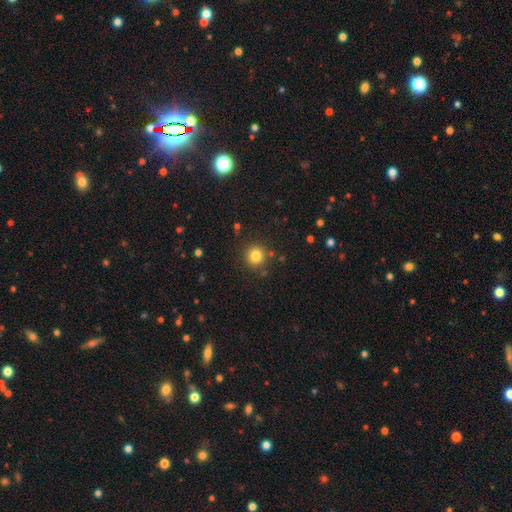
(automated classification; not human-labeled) The model was most divided on "smooth or featured": smooth: 82%, star or artifact: 12%, featured or disk: 6%. More confident: how rounded — round (92%); merging — none (87%).